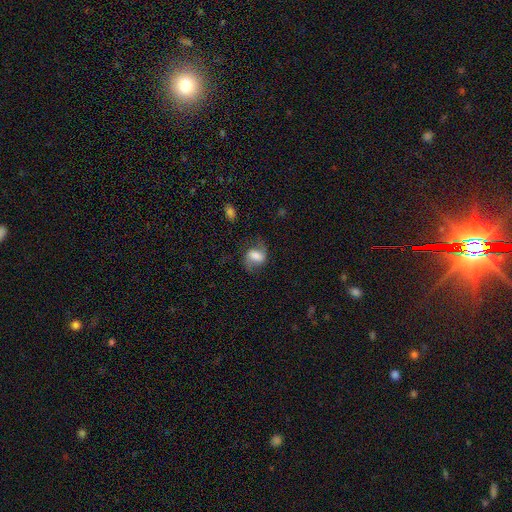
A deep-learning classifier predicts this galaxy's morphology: smooth-or-featured: featured or disk: 53% | smooth: 38% | star or artifact: 9%
  disk-edge-on: no: 96% | yes: 4%
    bar: weak: 43% | strong: 29% | no: 28%
    has-spiral-arms: yes: 87% | no: 13%
    bulge-size: moderate: 33% | large: 32% | small: 17% | none: 11% | dominant: 7%
  merging: none: 65% | minor disturbance: 21% | major disturbance: 13% | merger: 2%